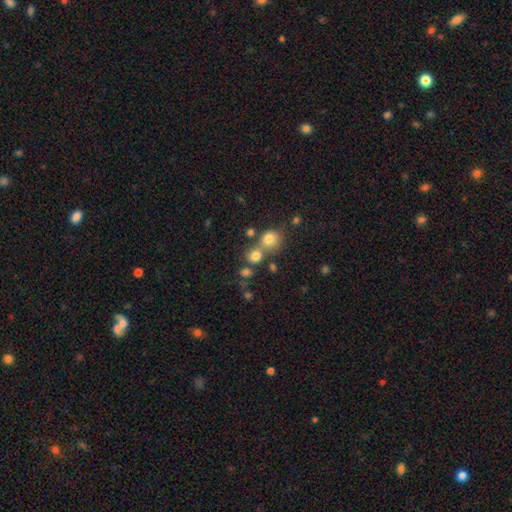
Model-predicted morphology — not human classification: Smooth or featured? smooth (76%)
How rounded? round (80%)
Merging? none (51%)